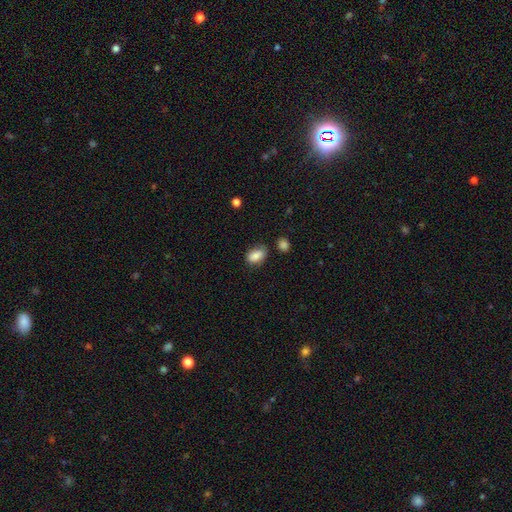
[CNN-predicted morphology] type=smooth (84%); roundness=in between (86%); merging=none (69%).